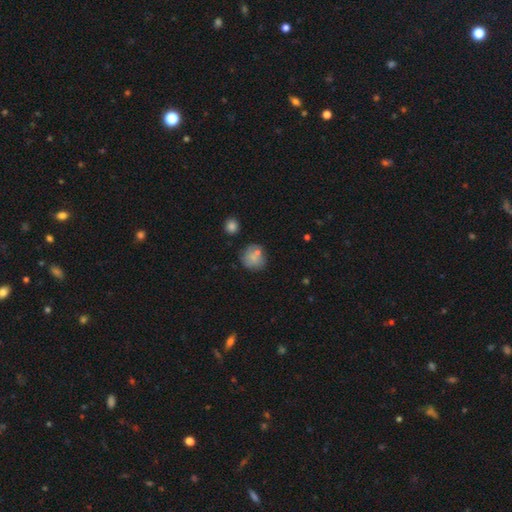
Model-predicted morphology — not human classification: Smooth or featured?
  - smooth: 70% *
  - featured or disk: 19%
  - star or artifact: 10%
How rounded?
  - round: 87% *
  - in between: 12%
  - cigar-shaped: 1%
Merging?
  - none: 66% *
  - minor disturbance: 17%
  - merger: 12%
  - major disturbance: 5%